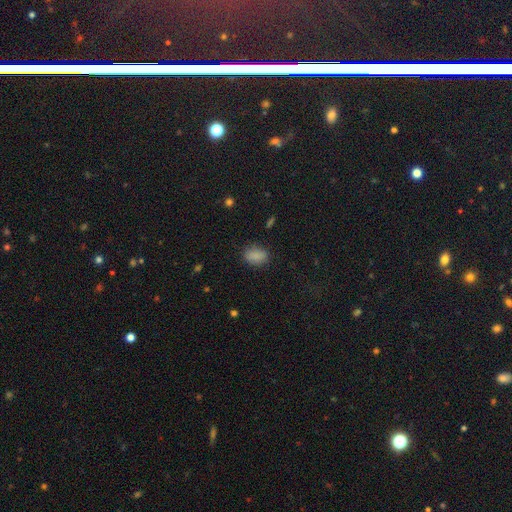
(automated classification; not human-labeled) smooth-or-featured: smooth: 86% | star or artifact: 10% | featured or disk: 5%
  how-rounded: in between: 81% | round: 16% | cigar-shaped: 2%
  merging: none: 82% | minor disturbance: 13% | major disturbance: 4% | merger: 1%